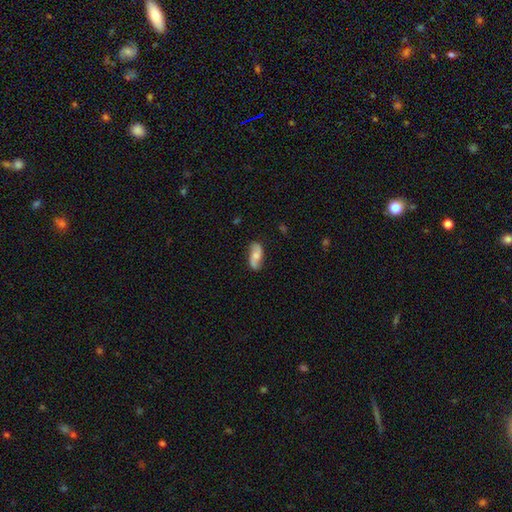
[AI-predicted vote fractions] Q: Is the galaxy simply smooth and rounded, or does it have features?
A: featured or disk — 51%.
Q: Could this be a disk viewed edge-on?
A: no — 92%.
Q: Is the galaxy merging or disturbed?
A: none — 74%.